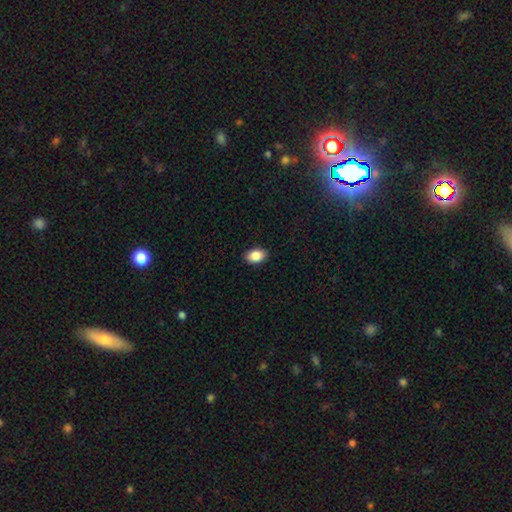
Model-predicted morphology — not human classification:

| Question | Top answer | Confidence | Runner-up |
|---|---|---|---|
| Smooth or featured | smooth | 87% | star or artifact (8%) |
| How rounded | in between | 86% | round (13%) |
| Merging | none | 90% | minor disturbance (8%) |